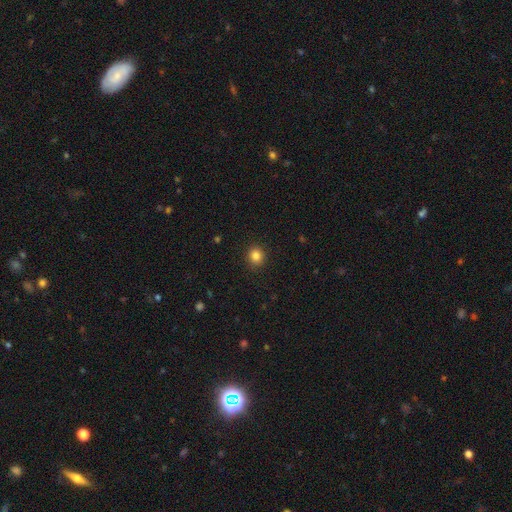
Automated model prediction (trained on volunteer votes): Morphology: type=smooth (84%); roundness=round (85%); merging=none (91%).